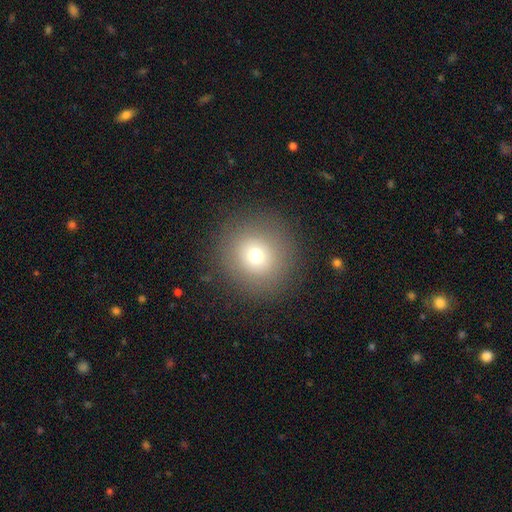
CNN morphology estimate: The model was most divided on "smooth or featured": smooth: 70%, star or artifact: 15%, featured or disk: 14%. More confident: how rounded — round (93%); merging — none (89%).